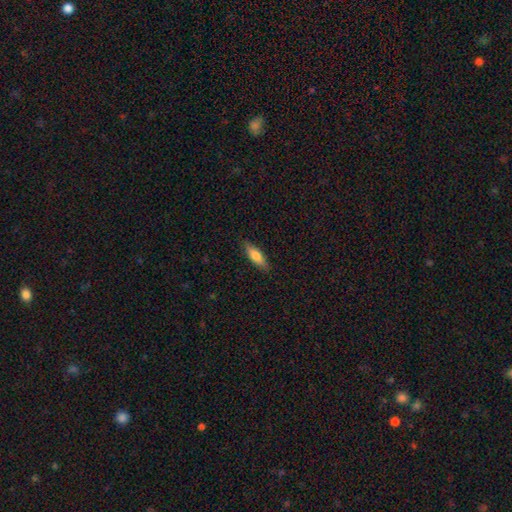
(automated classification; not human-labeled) Smooth or featured: smooth — 71% (featured or disk — 23%)
How rounded: cigar-shaped — 49% (tied with in between — 49%)
Merging: none — 86% (minor disturbance — 11%)